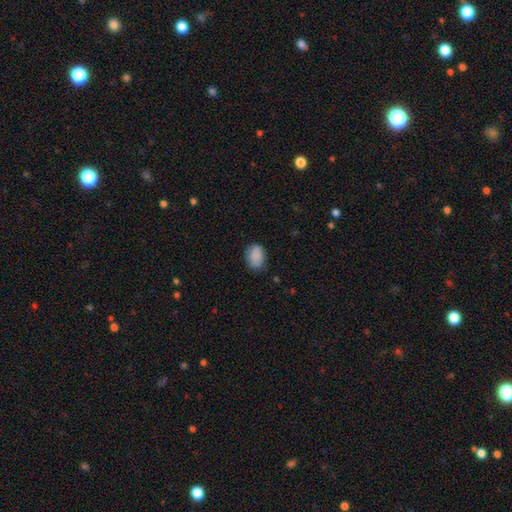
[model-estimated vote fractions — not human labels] smooth_or_featured: smooth (p=0.87) [alt: star or artifact p=0.08]
how_rounded: in between (p=0.74) [alt: round p=0.25]
merging: none (p=0.75) [alt: minor disturbance p=0.20]